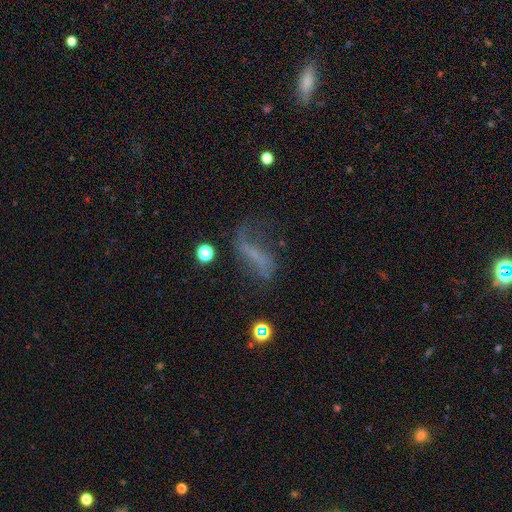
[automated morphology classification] Overall: featured or disk (49%; smooth 33%). Merging: none (40%; major disturbance 33%).